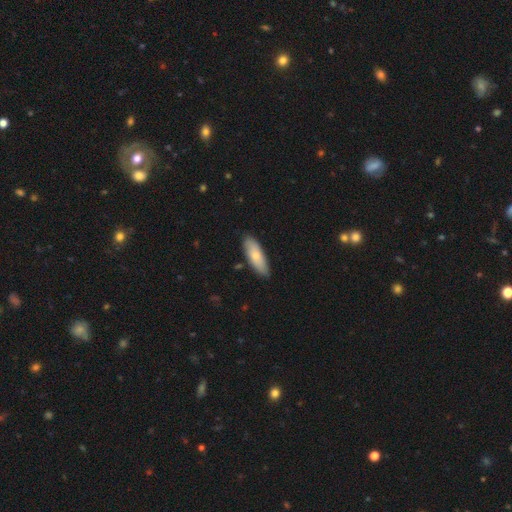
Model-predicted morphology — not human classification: A smooth galaxy with no disk features (76%) that is in between round and cigar-shaped (62%). Merging: none (84%).